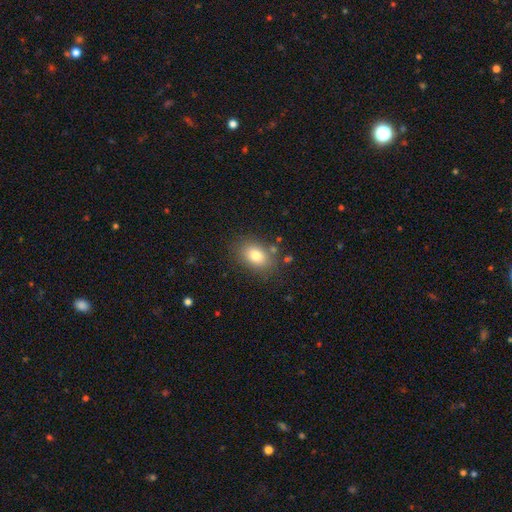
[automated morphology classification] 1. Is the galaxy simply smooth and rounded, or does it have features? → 80% smooth, 10% featured or disk, 10% star or artifact.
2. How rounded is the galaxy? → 78% in between, 20% round, 1% cigar-shaped.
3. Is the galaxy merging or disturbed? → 81% none, 12% minor disturbance, 4% major disturbance, 3% merger.